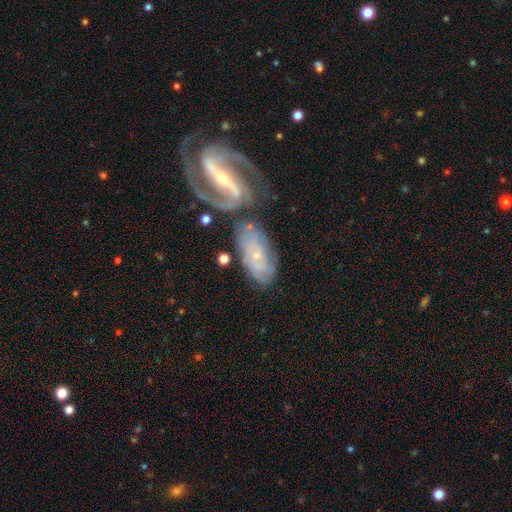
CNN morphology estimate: The model was most divided on "spiral winding": tight: 47%, medium: 38%, loose: 15%. More confident: edge-on disk — no (92%); spiral arms — yes (88%); bulge size — small (78%); smooth or featured — featured or disk (69%); bar — no (58%); spiral arm count — 2 (54%); merging — none (53%).